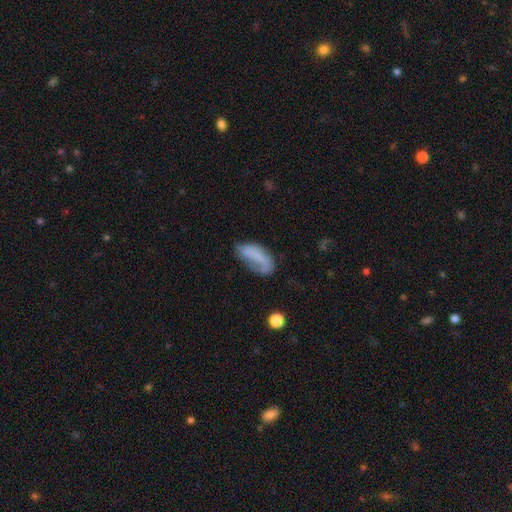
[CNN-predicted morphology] Q: Smooth or featured?
A: smooth (63%); runner-up: featured or disk (27%)
Q: How rounded?
A: in between (85%); runner-up: cigar-shaped (12%)
Q: Merging?
A: none (36%); runner-up: minor disturbance (30%)